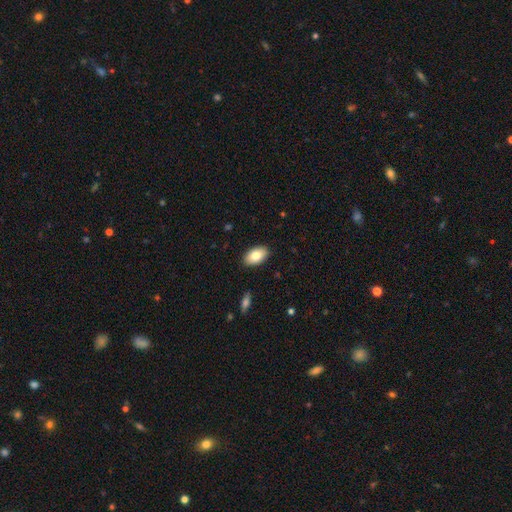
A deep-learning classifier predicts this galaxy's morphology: Smooth or featured: smooth — 83% (featured or disk — 11%)
How rounded: in between — 94% (round — 4%)
Merging: none — 89% (minor disturbance — 8%)